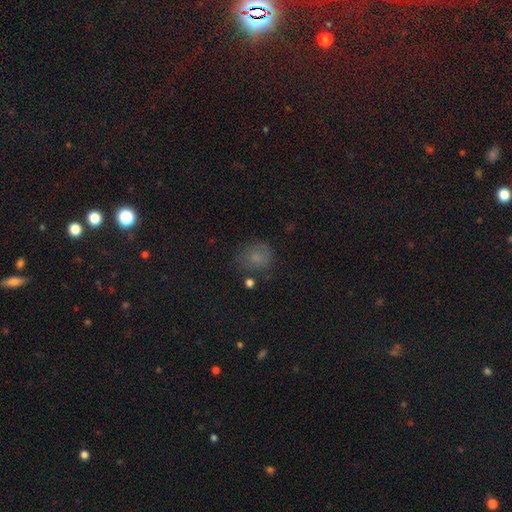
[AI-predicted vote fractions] Smooth or featured?
  - smooth: 63% *
  - star or artifact: 25%
  - featured or disk: 12%
How rounded?
  - round: 78% *
  - in between: 21%
  - cigar-shaped: 1%
Merging?
  - none: 70% *
  - minor disturbance: 18%
  - major disturbance: 8%
  - merger: 4%